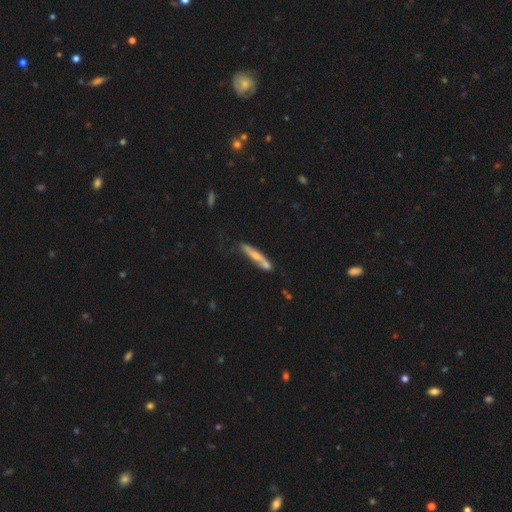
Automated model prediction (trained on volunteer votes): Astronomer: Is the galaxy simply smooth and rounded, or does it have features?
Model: smooth — 51% (runner-up: featured or disk, 43%).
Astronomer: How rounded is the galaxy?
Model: cigar-shaped — 90%.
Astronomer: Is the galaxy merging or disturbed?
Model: none — 56%.